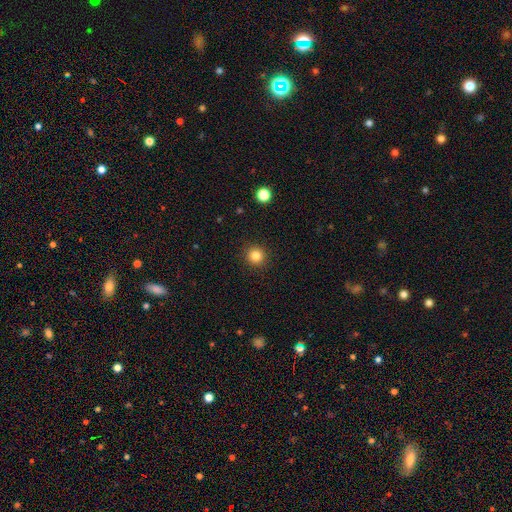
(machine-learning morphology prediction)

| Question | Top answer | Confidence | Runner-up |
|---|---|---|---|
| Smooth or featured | smooth | 84% | star or artifact (12%) |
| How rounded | round | 94% | in between (5%) |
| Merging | none | 92% | minor disturbance (5%) |